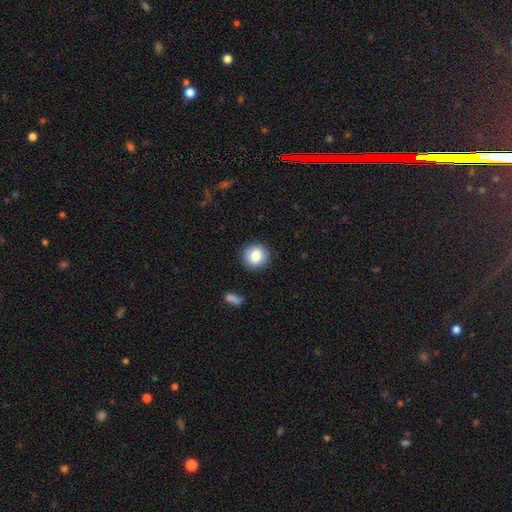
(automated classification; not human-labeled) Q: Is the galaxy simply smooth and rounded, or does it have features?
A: smooth — 83%.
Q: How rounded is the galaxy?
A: round — 90%.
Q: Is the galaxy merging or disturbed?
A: none — 90%.